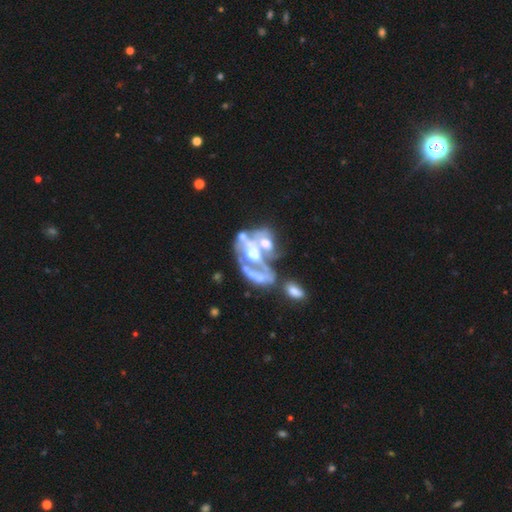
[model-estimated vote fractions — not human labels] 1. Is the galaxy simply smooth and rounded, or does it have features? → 72% featured or disk, 15% smooth, 13% star or artifact.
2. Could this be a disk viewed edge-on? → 98% no, 2% yes.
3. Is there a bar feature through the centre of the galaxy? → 84% no, 9% weak, 7% strong.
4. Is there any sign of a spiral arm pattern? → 84% no, 16% yes.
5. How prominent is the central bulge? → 40% none, 34% moderate, 12% small, 11% large, 3% dominant.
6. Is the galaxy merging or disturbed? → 51% merger, 24% major disturbance, 16% none, 9% minor disturbance.